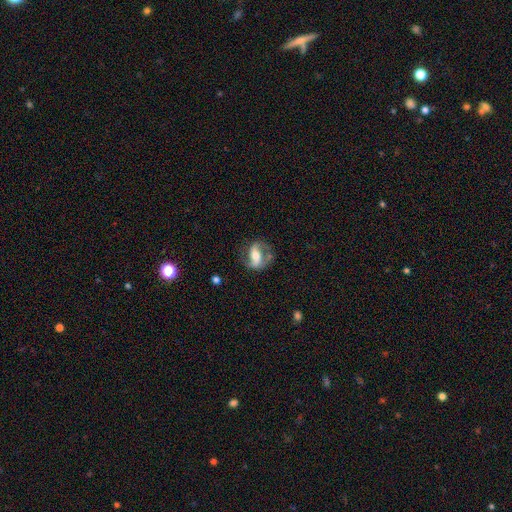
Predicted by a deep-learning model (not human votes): A featured or disk galaxy (72%) with a strong bar (47%), 2 (82%) medium (44%) spiral arms (83%) and a moderate central bulge (62%). Merging: none (62%).